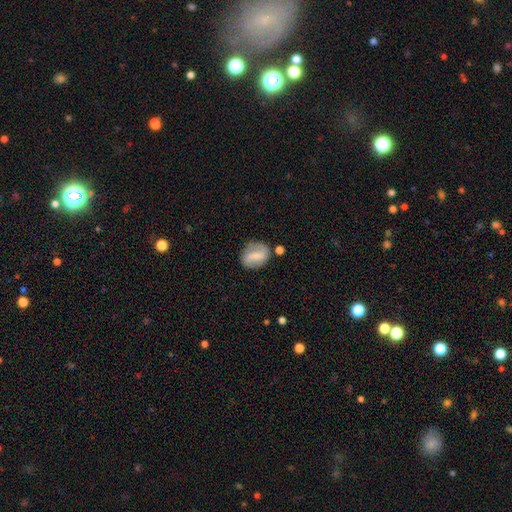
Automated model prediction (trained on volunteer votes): Smooth or featured: smooth — 49% (featured or disk — 43%)
Merging: none — 66% (minor disturbance — 20%)